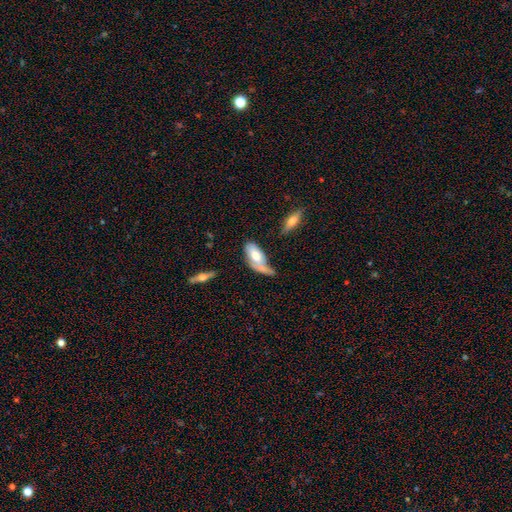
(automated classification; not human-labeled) A smooth galaxy with no disk features (60%) that is in between round and cigar-shaped (86%).

Vote fractions:
- Smooth or featured? smooth: 60% / featured or disk: 34% / star or artifact: 6%
- How rounded? in between: 86% / cigar-shaped: 11% / round: 3%
- Merging? minor disturbance: 31% / major disturbance: 28% / none: 23% / merger: 18%